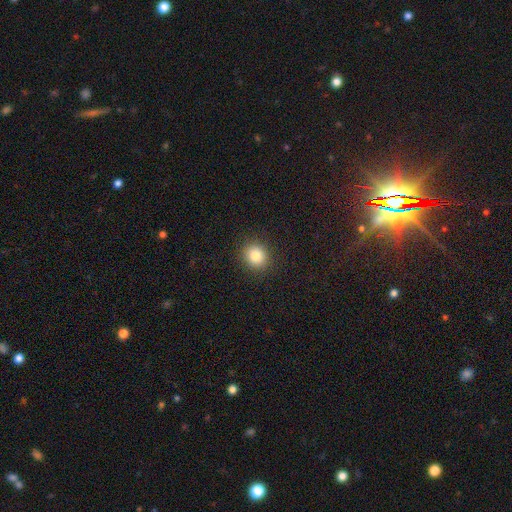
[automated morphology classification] A smooth galaxy with no disk features (84%) that is round (83%).

Vote fractions:
- Smooth or featured? smooth: 84% / star or artifact: 11% / featured or disk: 5%
- How rounded? round: 83% / in between: 17% / cigar-shaped: 1%
- Merging? none: 91% / minor disturbance: 6% / major disturbance: 2% / merger: 1%